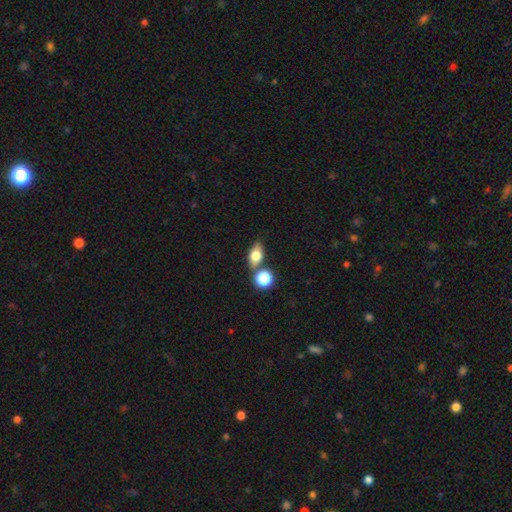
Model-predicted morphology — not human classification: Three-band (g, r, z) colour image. It shows a smooth galaxy with no disk features (70%) that is in between round and cigar-shaped (70%). Merging: none (64%).